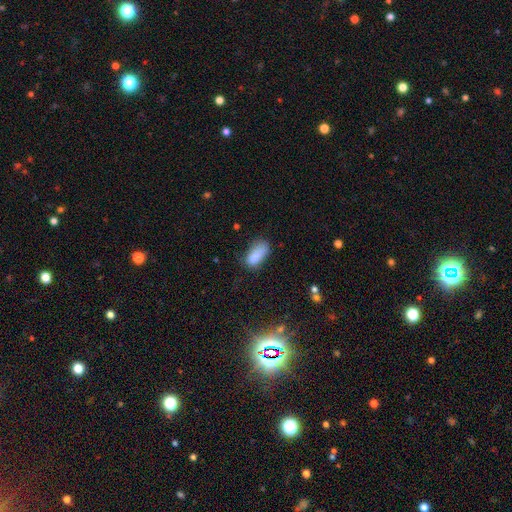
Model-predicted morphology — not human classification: Smooth or featured? smooth (84%)
How rounded? in between (87%)
Merging? none (48%)